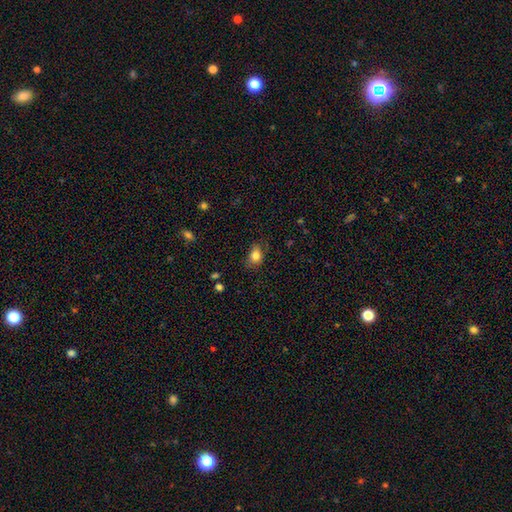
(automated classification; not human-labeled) smooth-or-featured: smooth: 81% | star or artifact: 9% | featured or disk: 9%
  how-rounded: in between: 74% | round: 24% | cigar-shaped: 2%
  merging: none: 70% | minor disturbance: 23% | major disturbance: 6% | merger: 1%